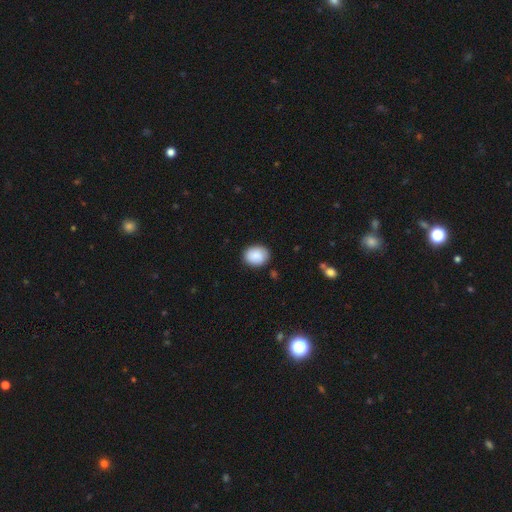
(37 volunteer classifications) This appears to be a smooth galaxy with no disk features (89%) that is round (67%). Merging: none (83%).